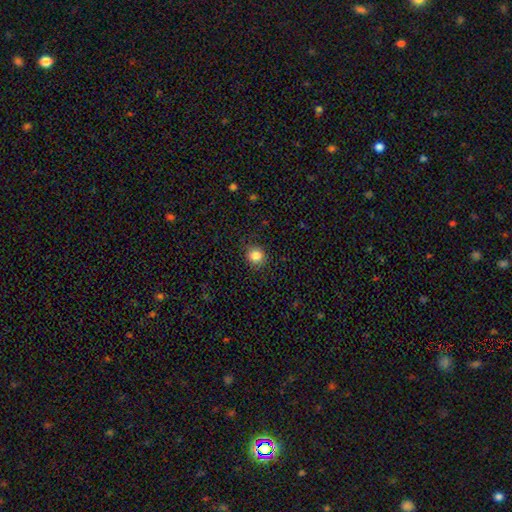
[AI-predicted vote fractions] This appears to be a smooth galaxy with no disk features (85%) that is round (85%). Merging: none (88%).